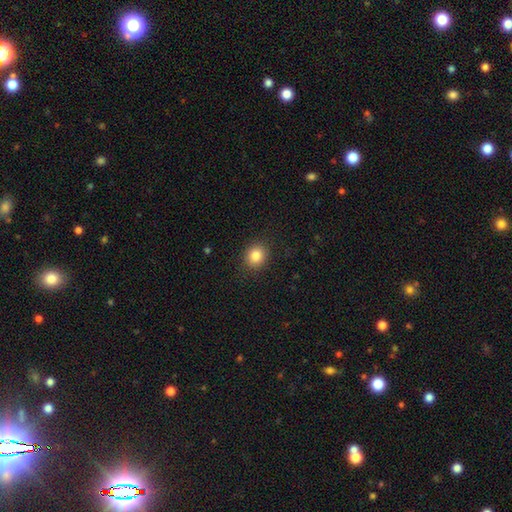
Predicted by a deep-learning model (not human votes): Q: Smooth or featured?
A: smooth (84%); runner-up: star or artifact (10%)
Q: How rounded?
A: round (73%); runner-up: in between (27%)
Q: Merging?
A: none (88%); runner-up: minor disturbance (8%)